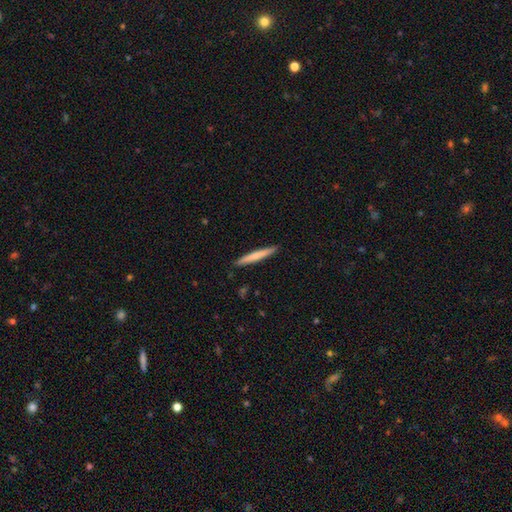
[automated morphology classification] A smooth galaxy with no disk features (68%) that is cigar-shaped (96%).

Vote fractions:
- Smooth or featured? smooth: 68% / featured or disk: 27% / star or artifact: 5%
- How rounded? cigar-shaped: 96% / in between: 3% / round: 1%
- Merging? none: 91% / minor disturbance: 6% / major disturbance: 1% / merger: 1%